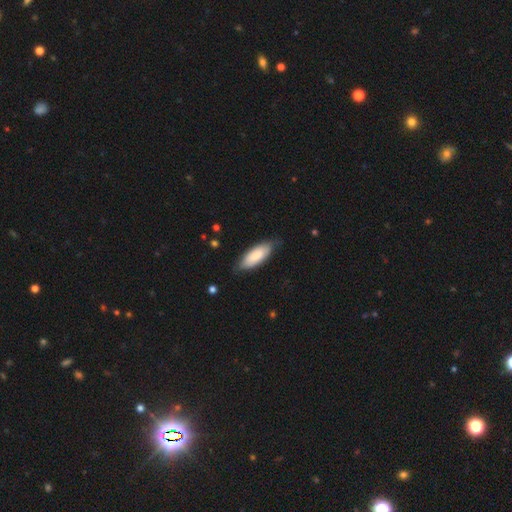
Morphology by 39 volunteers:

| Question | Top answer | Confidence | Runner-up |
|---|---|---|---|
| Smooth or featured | smooth | 87% | featured or disk (10%) |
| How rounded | in between | 88% | cigar-shaped (12%) |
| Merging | none | 68% | minor disturbance (29%) |